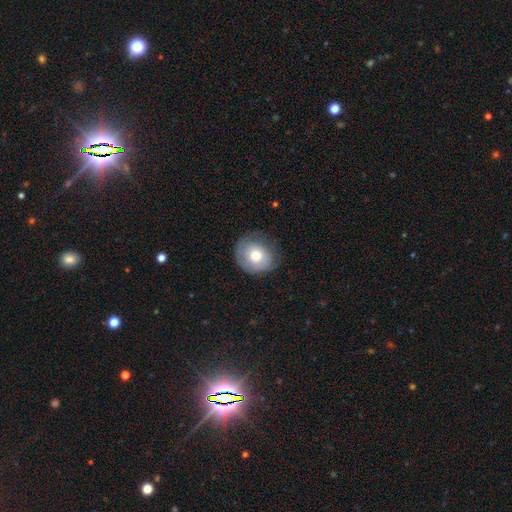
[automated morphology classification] Smooth or featured: smooth — 72% (featured or disk — 20%)
How rounded: round — 74% (in between — 25%)
Merging: none — 65% (minor disturbance — 25%)